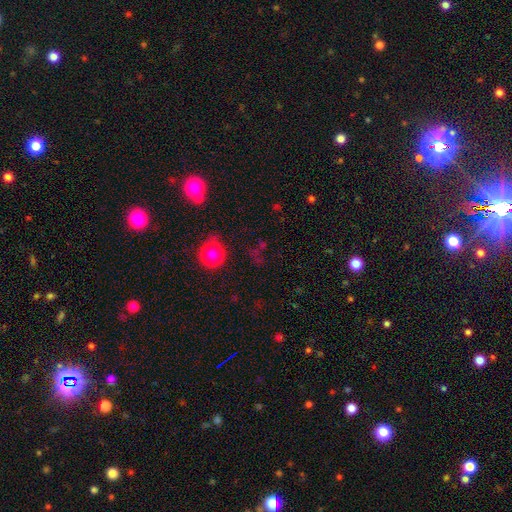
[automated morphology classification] The model was most divided on "smooth or featured": smooth: 54%, star or artifact: 38%, featured or disk: 8%. More confident: how rounded — round (83%); merging — none (72%).